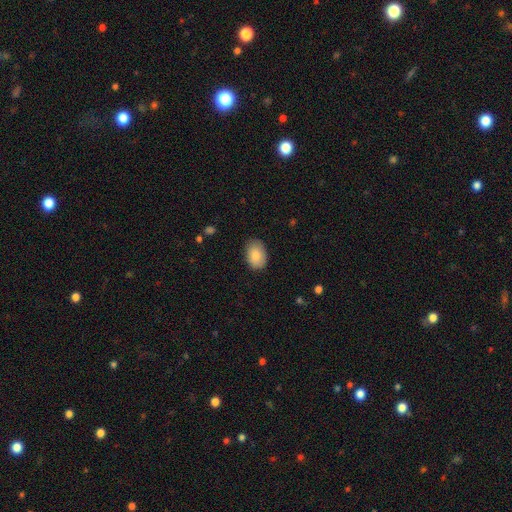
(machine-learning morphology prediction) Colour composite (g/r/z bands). It shows a smooth galaxy with no disk features (86%) that is in between round and cigar-shaped (85%). Merging: none (83%).